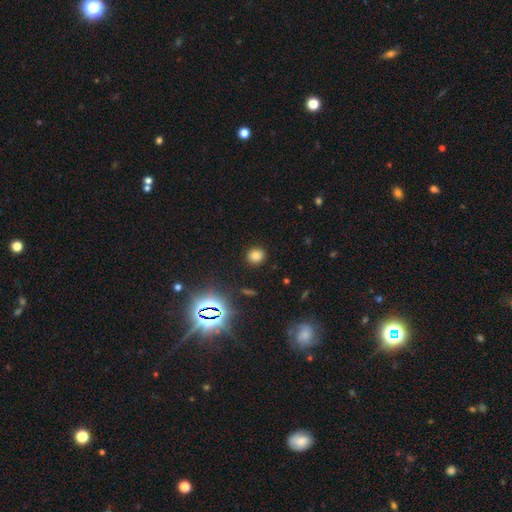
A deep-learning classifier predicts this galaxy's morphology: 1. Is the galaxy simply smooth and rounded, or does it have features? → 74% smooth, 20% star or artifact, 6% featured or disk.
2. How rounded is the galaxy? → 83% round, 16% in between, 1% cigar-shaped.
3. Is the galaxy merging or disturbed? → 89% none, 7% minor disturbance, 3% major disturbance, 1% merger.